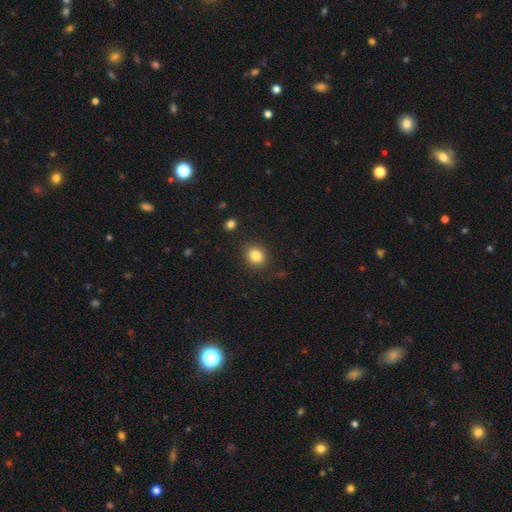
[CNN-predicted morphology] smooth_or_featured: smooth (p=0.83) [alt: star or artifact p=0.10]
how_rounded: round (p=0.66) [alt: in between p=0.33]
merging: none (p=0.87) [alt: minor disturbance p=0.09]